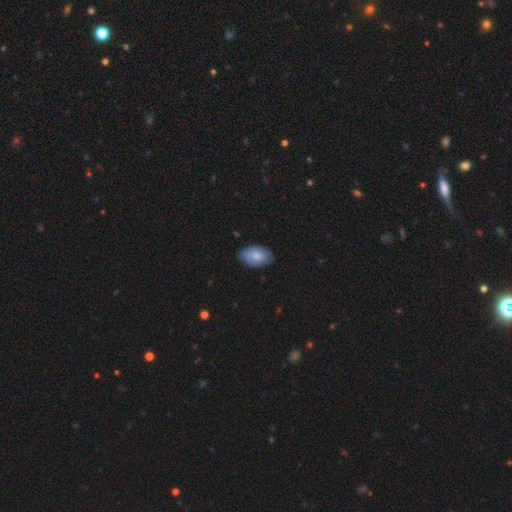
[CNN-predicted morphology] This appears to be a smooth galaxy with no disk features (76%) that is in between round and cigar-shaped (90%). Merging: none (75%).